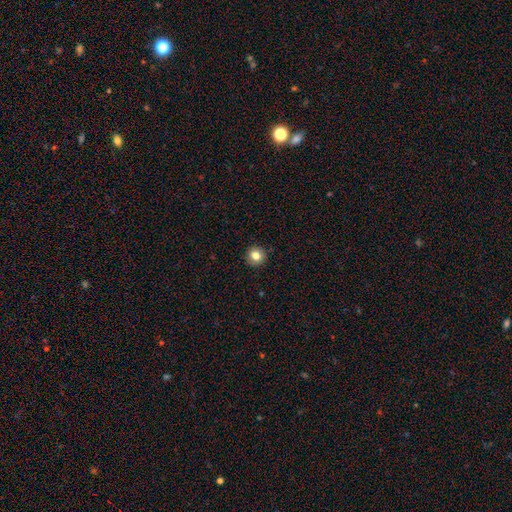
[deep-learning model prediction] Smooth or featured? Predicted: smooth (p=0.81). How rounded? Predicted: round (p=0.94). Merging? Predicted: none (p=0.92).